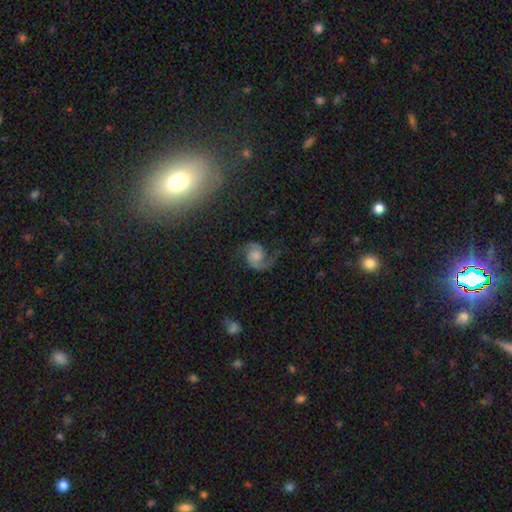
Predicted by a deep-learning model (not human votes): Smooth or featured: featured or disk — 84% (smooth — 9%)
Edge-on disk: no — 98% (yes — 2%)
Bar: no — 69% (weak — 26%)
Spiral arms: yes — 97% (no — 3%)
Spiral winding: medium — 50% (loose — 35%)
Spiral arm count: 2 — 89% (1 — 6%)
Bulge size: none — 28% (tied with moderate — 28%)
Merging: none — 69% (minor disturbance — 17%)